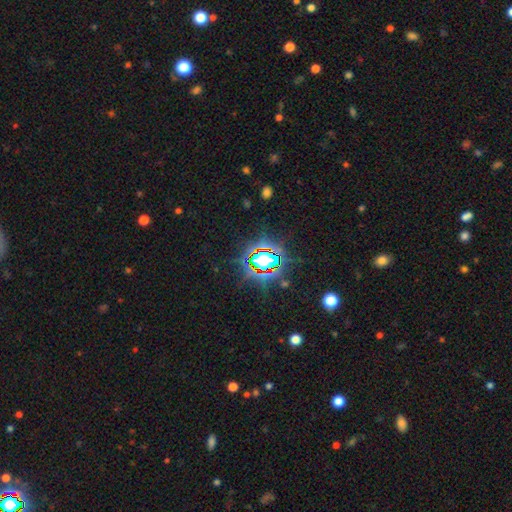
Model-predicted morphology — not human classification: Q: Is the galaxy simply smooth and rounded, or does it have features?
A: star or artifact — 77%.